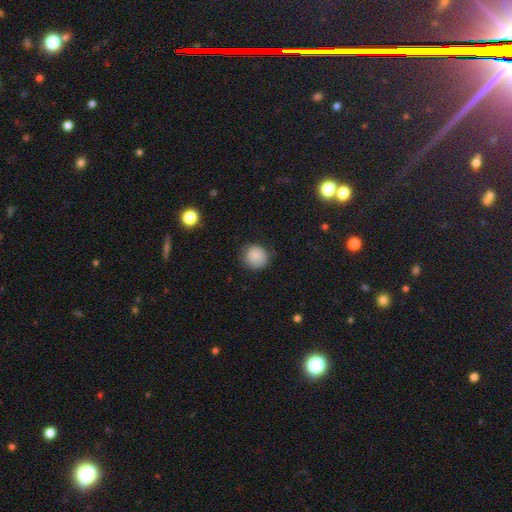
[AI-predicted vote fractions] Q: Smooth or featured?
A: smooth (85%); runner-up: star or artifact (9%)
Q: How rounded?
A: round (87%); runner-up: in between (12%)
Q: Merging?
A: none (77%); runner-up: minor disturbance (17%)